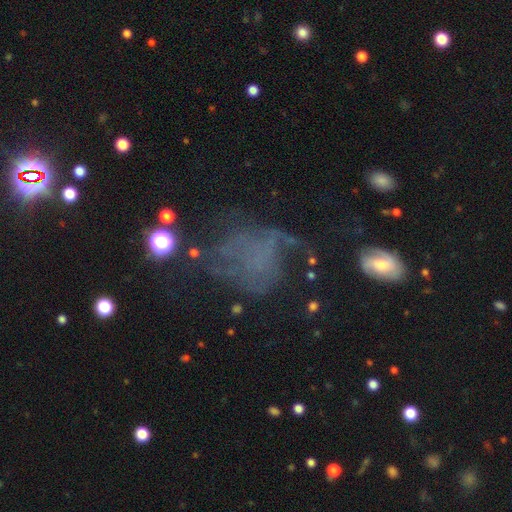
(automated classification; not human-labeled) Q: Smooth or featured?
A: featured or disk (40%); runner-up: smooth (31%)
Q: Merging?
A: none (43%); runner-up: major disturbance (32%)